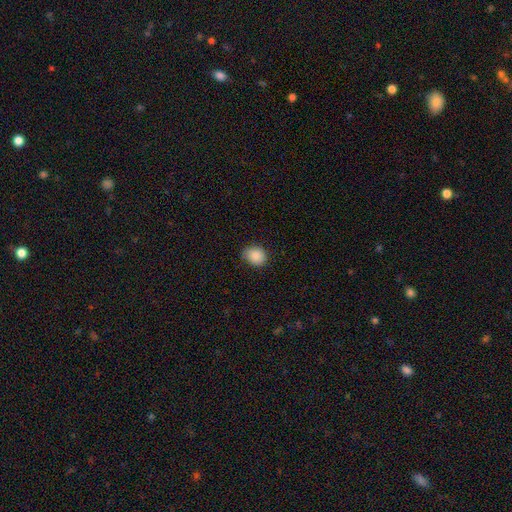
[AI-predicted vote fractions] Morphology: type=smooth (88%); roundness=round (57%); merging=none (75%).